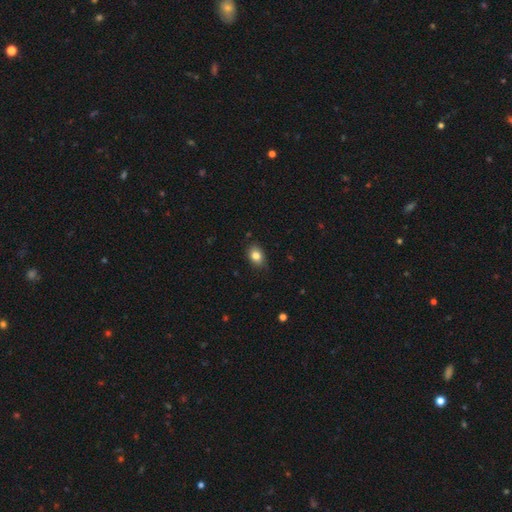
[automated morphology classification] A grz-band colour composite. It shows a smooth galaxy with no disk features (83%) that is in between round and cigar-shaped (71%). Merging: none (83%).